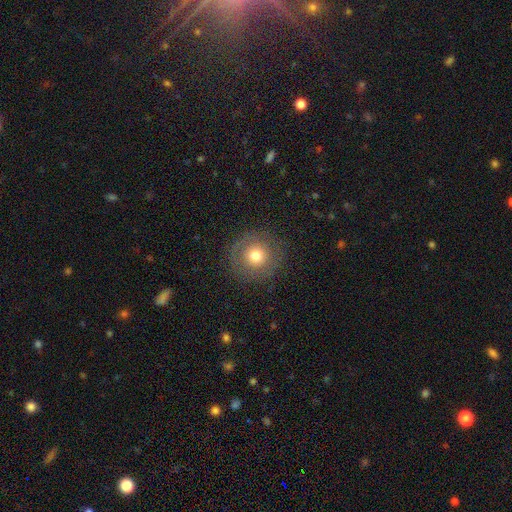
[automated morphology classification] Overall: smooth (66%). How rounded: round (94%). Merging: none (85%).